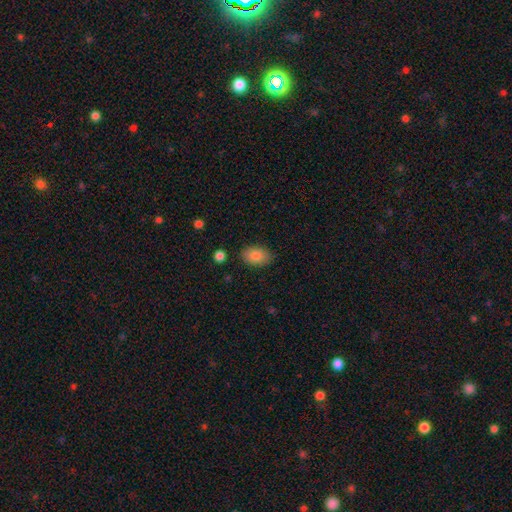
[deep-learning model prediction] Smooth or featured?
  - smooth: 84% *
  - featured or disk: 8%
  - star or artifact: 8%
How rounded?
  - in between: 89% *
  - round: 10%
  - cigar-shaped: 1%
Merging?
  - none: 85% *
  - minor disturbance: 11%
  - major disturbance: 3%
  - merger: 2%